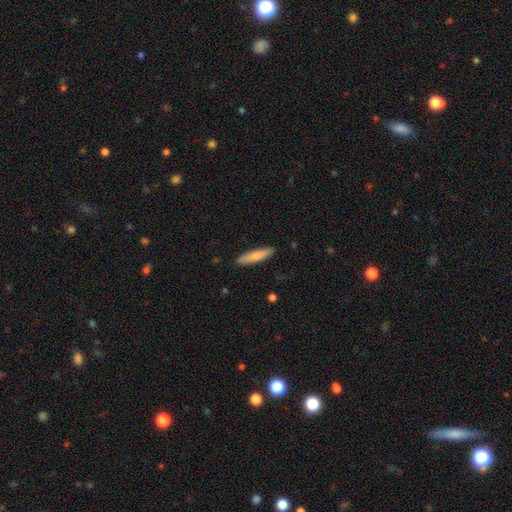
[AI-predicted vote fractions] Smooth or featured? smooth (79%)
How rounded? cigar-shaped (86%)
Merging? none (90%)